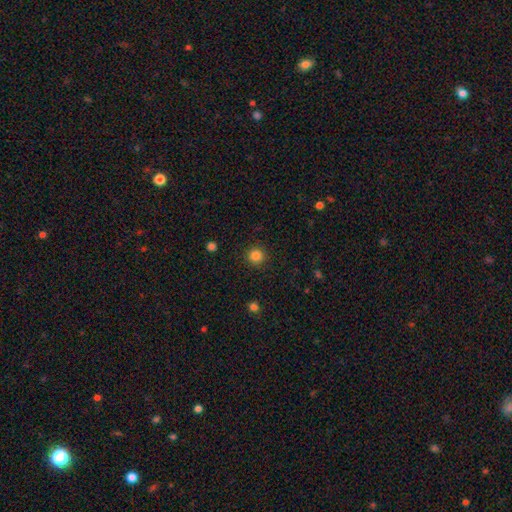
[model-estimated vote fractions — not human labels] smooth 84%, star or artifact 12%, featured or disk 4%. Down the decision tree: how rounded — round (94%); merging — none (91%).